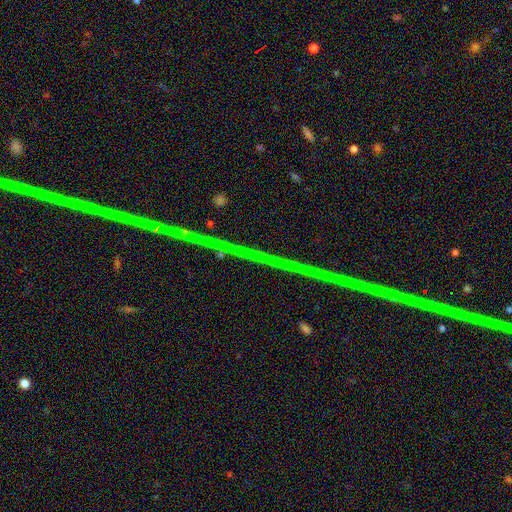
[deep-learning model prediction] Smooth or featured?
  - star or artifact: 77% *
  - featured or disk: 15%
  - smooth: 8%